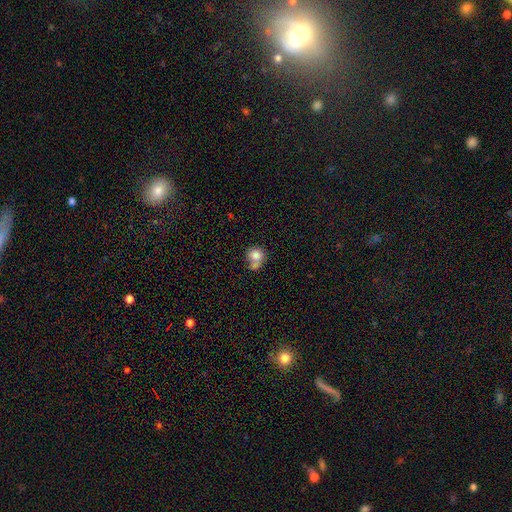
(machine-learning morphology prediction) Q: Smooth or featured?
A: smooth (78%); runner-up: featured or disk (13%)
Q: How rounded?
A: round (75%); runner-up: in between (24%)
Q: Merging?
A: merger (38%); runner-up: none (37%)